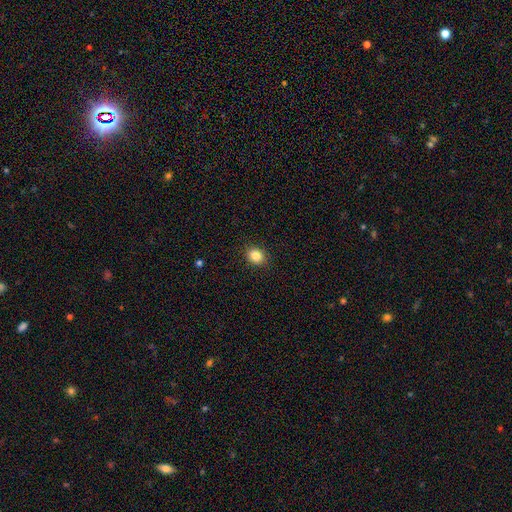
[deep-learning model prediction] Smooth or featured? Predicted: smooth (p=0.84). How rounded? Predicted: round (p=0.66). Merging? Predicted: none (p=0.90).